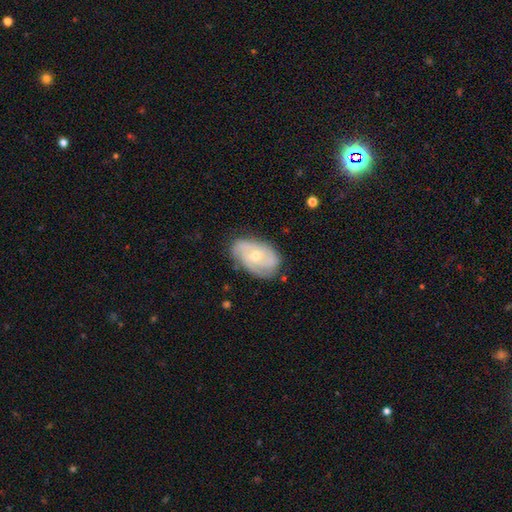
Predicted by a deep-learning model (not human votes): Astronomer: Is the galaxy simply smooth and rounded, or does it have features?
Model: featured or disk — 75%.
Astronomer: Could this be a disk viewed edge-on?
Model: no — 96%.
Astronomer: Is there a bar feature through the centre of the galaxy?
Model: no — 73%.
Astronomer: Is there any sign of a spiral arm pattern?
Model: yes — 91%.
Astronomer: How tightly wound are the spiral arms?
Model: tight — 56% (runner-up: medium, 34%).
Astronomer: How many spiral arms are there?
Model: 3 — 32% (runner-up: 2, 27%).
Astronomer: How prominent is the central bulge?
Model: small — 54% (runner-up: moderate, 43%).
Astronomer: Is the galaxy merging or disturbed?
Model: none — 71%.